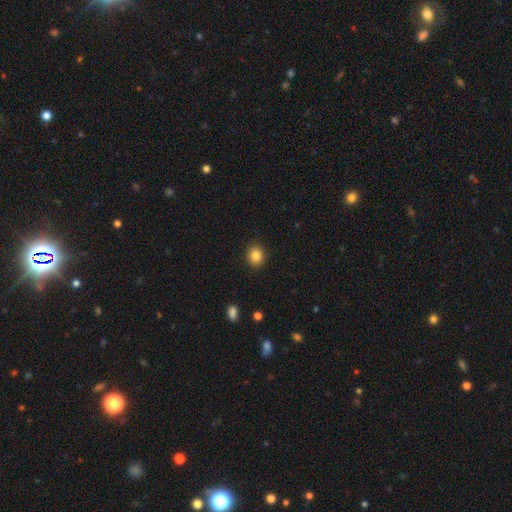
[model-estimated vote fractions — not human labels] Morphology: type=smooth (85%); roundness=round (70%); merging=none (90%).